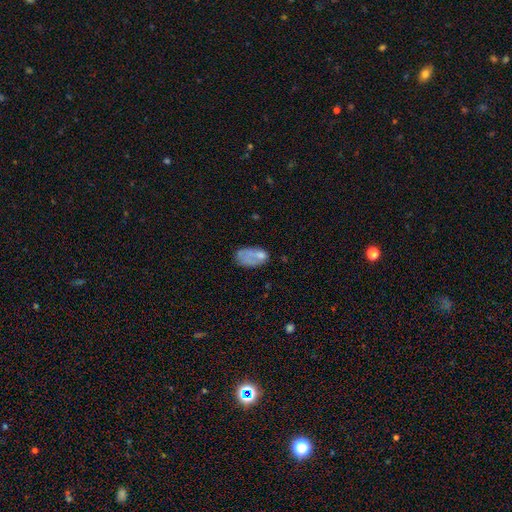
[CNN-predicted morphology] Q: Smooth or featured?
A: smooth (55%); runner-up: featured or disk (35%)
Q: How rounded?
A: in between (91%); runner-up: round (6%)
Q: Merging?
A: none (40%); runner-up: minor disturbance (26%)